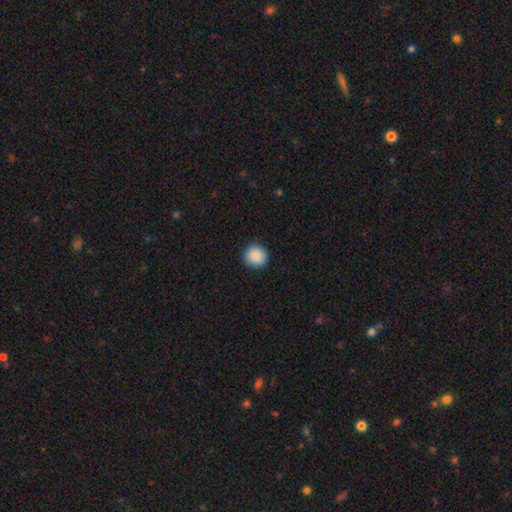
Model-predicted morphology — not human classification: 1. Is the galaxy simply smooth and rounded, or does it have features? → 88% smooth, 8% star or artifact, 4% featured or disk.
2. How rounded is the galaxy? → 91% round, 8% in between, 1% cigar-shaped.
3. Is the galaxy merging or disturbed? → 90% none, 7% minor disturbance, 2% major disturbance, 1% merger.